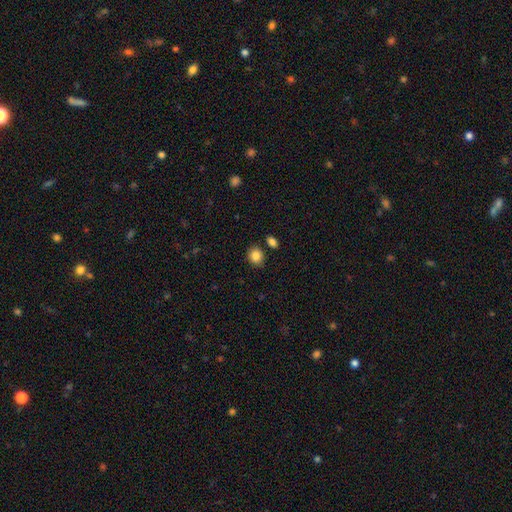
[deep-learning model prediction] Morphology: type=smooth (86%); roundness=round (68%); merging=none (81%).